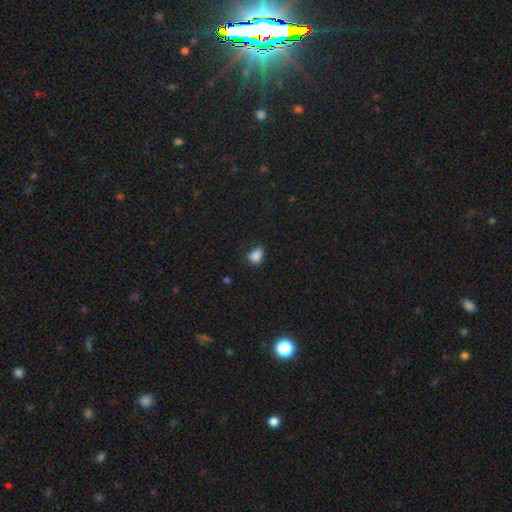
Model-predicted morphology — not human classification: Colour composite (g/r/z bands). It shows a smooth galaxy with no disk features (85%) that is in between round and cigar-shaped (63%). Merging: none (55%).